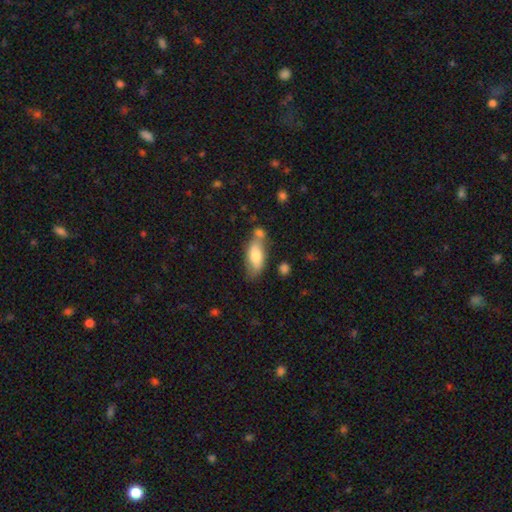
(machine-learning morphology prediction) A smooth galaxy with no disk features (69%) that is in between round and cigar-shaped (80%).

Vote fractions:
- Smooth or featured? smooth: 69% / featured or disk: 24% / star or artifact: 7%
- How rounded? in between: 80% / cigar-shaped: 17% / round: 3%
- Merging? none: 58% / minor disturbance: 19% / merger: 18% / major disturbance: 5%